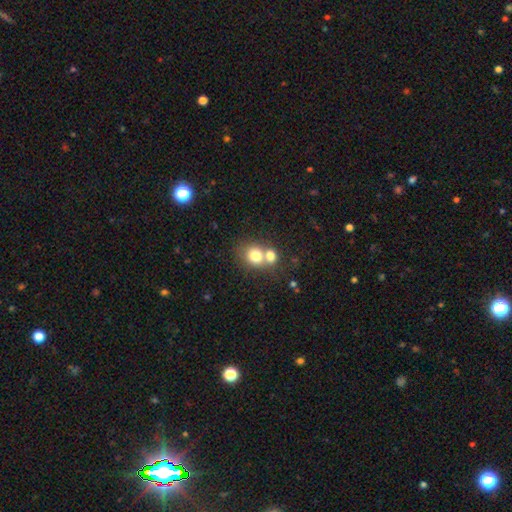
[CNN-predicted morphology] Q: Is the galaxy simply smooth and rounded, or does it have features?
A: smooth — 75%.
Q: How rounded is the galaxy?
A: round — 71%.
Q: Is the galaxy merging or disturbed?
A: merger — 53%.